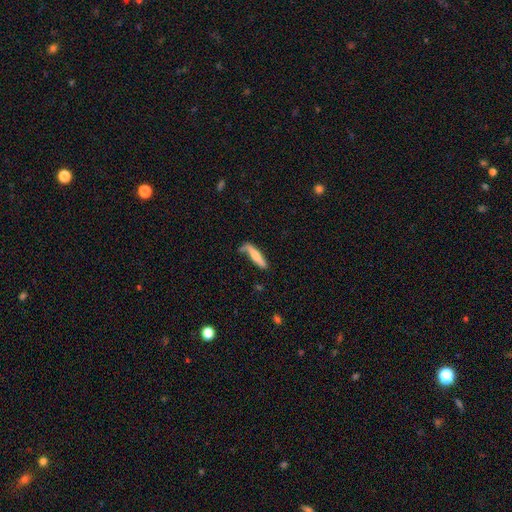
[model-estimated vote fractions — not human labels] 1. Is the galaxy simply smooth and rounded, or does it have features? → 60% smooth, 35% featured or disk, 6% star or artifact.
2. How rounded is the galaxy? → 82% cigar-shaped, 16% in between, 2% round.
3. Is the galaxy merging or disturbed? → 57% none, 27% minor disturbance, 10% major disturbance, 7% merger.